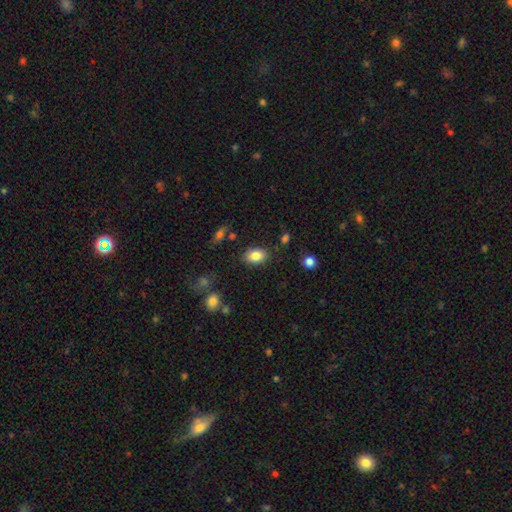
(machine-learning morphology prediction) A smooth galaxy with no disk features (84%) that is in between round and cigar-shaped (82%). Merging: none (84%).